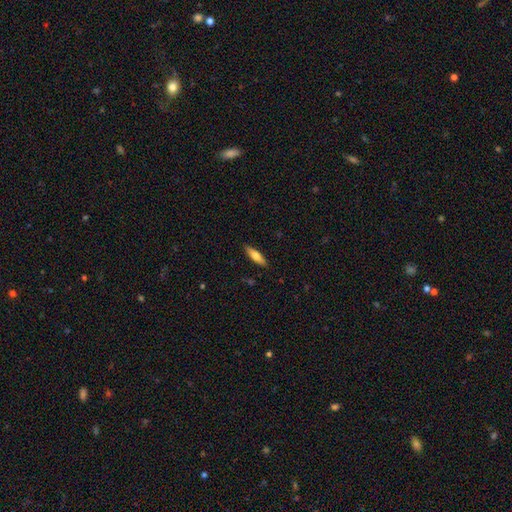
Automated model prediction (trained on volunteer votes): The model was most divided on "how rounded": cigar-shaped: 61%, in between: 37%, round: 2%. More confident: merging — none (88%); smooth or featured — smooth (64%).